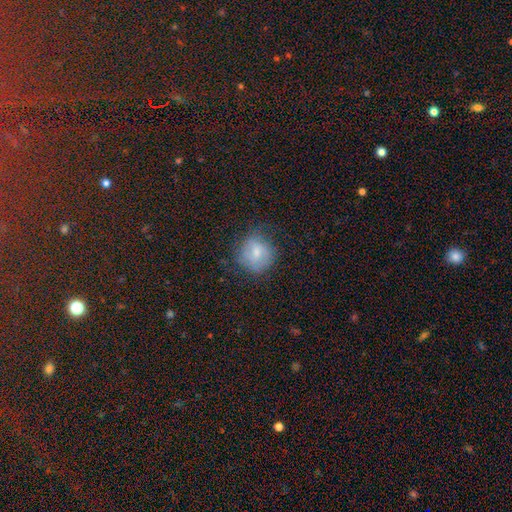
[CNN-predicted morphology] Q: Smooth or featured?
A: smooth (53%); runner-up: star or artifact (33%)
Q: How rounded?
A: round (87%); runner-up: in between (11%)
Q: Merging?
A: none (79%); runner-up: minor disturbance (15%)